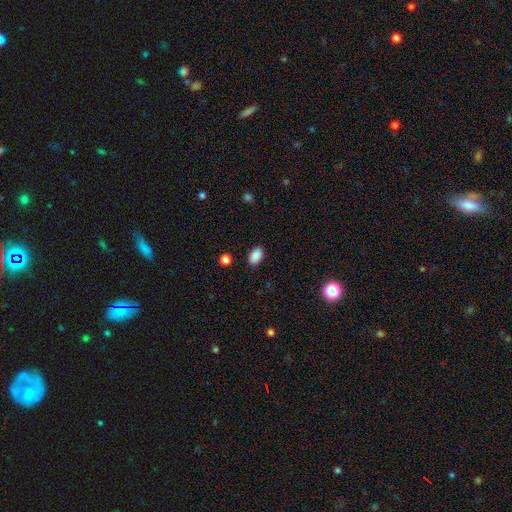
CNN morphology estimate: Smooth or featured?
  - smooth: 83% *
  - star or artifact: 12%
  - featured or disk: 5%
How rounded?
  - in between: 84% *
  - round: 15%
  - cigar-shaped: 1%
Merging?
  - none: 80% *
  - minor disturbance: 15%
  - major disturbance: 3%
  - merger: 3%